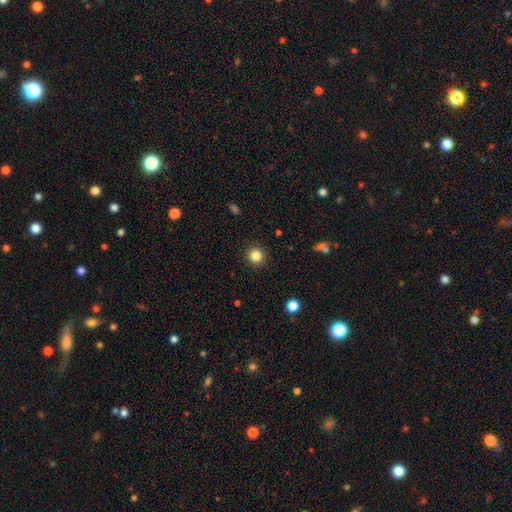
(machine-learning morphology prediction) smooth-or-featured: smooth: 83% | star or artifact: 12% | featured or disk: 5%
  how-rounded: round: 95% | in between: 4% | cigar-shaped: 1%
  merging: none: 92% | minor disturbance: 5% | major disturbance: 2% | merger: 1%